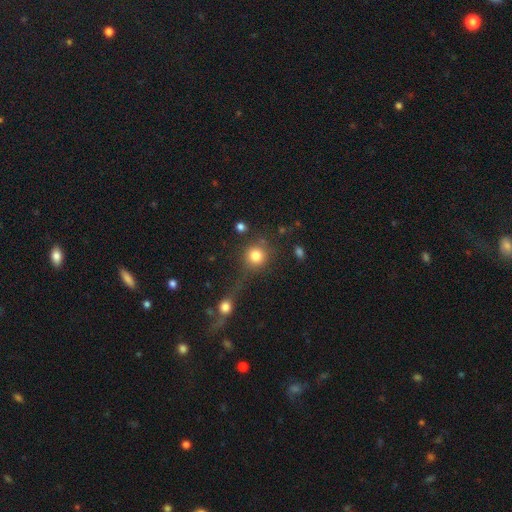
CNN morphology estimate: smooth-or-featured: smooth: 81% | star or artifact: 11% | featured or disk: 8%
  how-rounded: round: 91% | in between: 8% | cigar-shaped: 1%
  merging: none: 62% | merger: 19% | minor disturbance: 11% | major disturbance: 8%